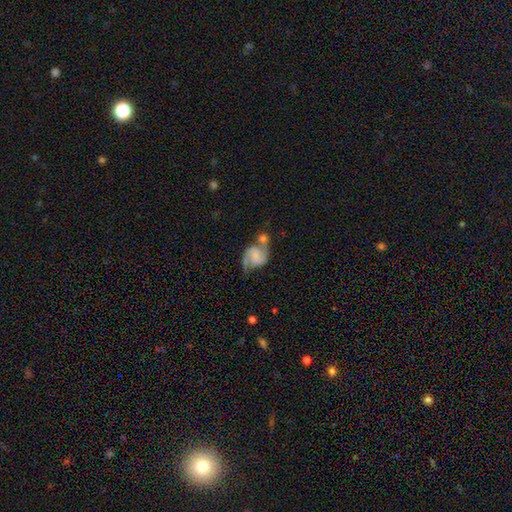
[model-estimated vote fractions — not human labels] A featured or disk galaxy (82%) with no bar (57%), 2 (91%) medium (51%) spiral arms (96%) and a small central bulge (46%). Merging: none (41%).